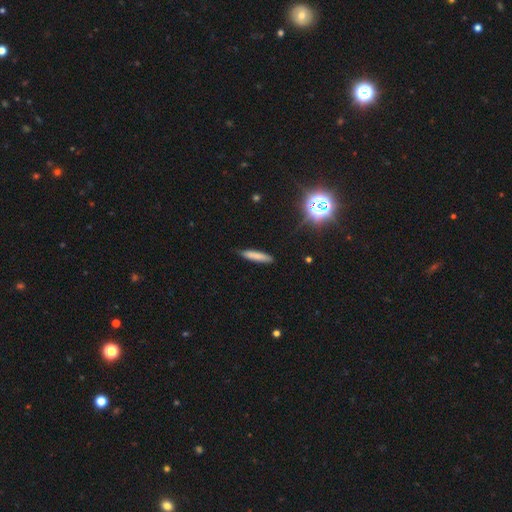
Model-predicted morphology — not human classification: This is likely a smooth galaxy (77%). How rounded: clearly cigar-shaped (86%). Merging: clearly none (85%).